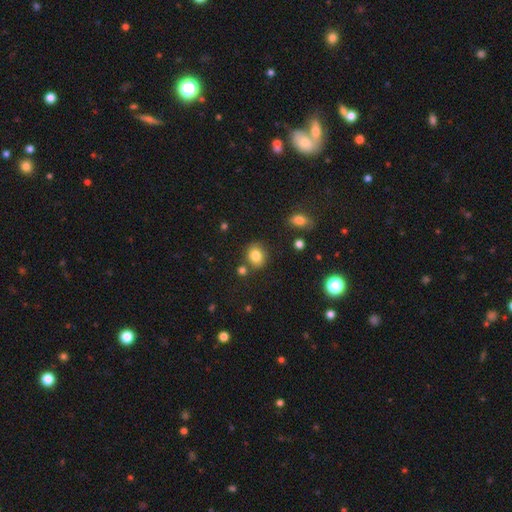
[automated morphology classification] Q: Smooth or featured?
A: smooth (82%); runner-up: star or artifact (10%)
Q: How rounded?
A: round (60%); runner-up: in between (39%)
Q: Merging?
A: none (77%); runner-up: minor disturbance (13%)